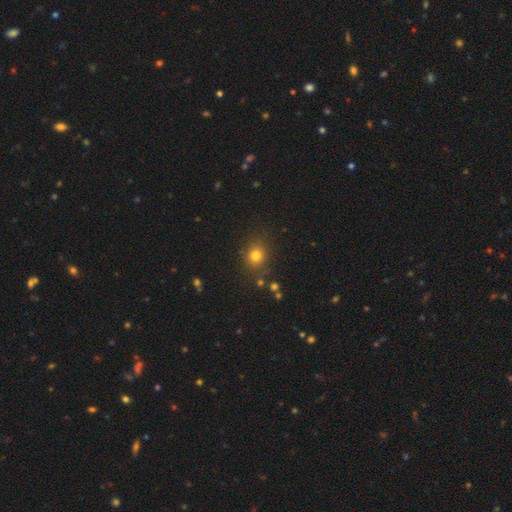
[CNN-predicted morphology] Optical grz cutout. It shows a smooth galaxy with no disk features (78%) that is round (77%). Merging: none (81%).